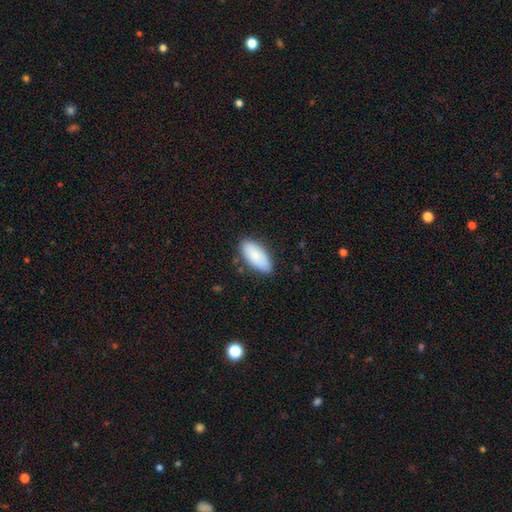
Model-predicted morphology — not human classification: Overall: smooth (86%). How rounded: in between (91%). Merging: none (81%).